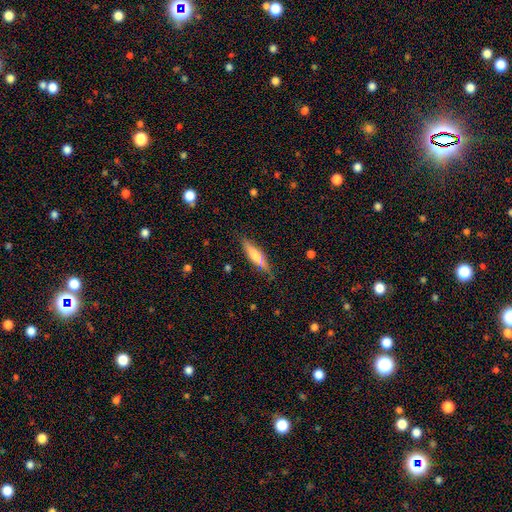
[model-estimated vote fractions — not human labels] A smooth galaxy with no disk features (57%) that is cigar-shaped (78%).

Vote fractions:
- Smooth or featured? smooth: 57% / featured or disk: 36% / star or artifact: 7%
- How rounded? cigar-shaped: 78% / in between: 21% / round: 2%
- Merging? none: 78% / minor disturbance: 16% / major disturbance: 3% / merger: 3%